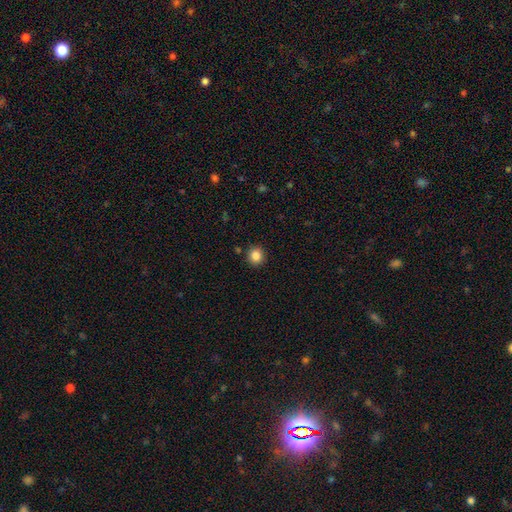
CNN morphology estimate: smooth_or_featured: smooth (p=0.85) [alt: star or artifact p=0.10]
how_rounded: round (p=0.89) [alt: in between p=0.10]
merging: none (p=0.90) [alt: minor disturbance p=0.06]